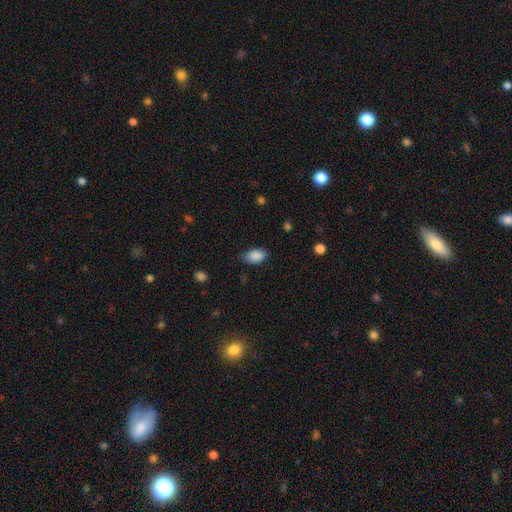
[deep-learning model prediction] Q: Smooth or featured?
A: smooth (89%); runner-up: star or artifact (7%)
Q: How rounded?
A: in between (93%); runner-up: round (5%)
Q: Merging?
A: none (79%); runner-up: minor disturbance (17%)